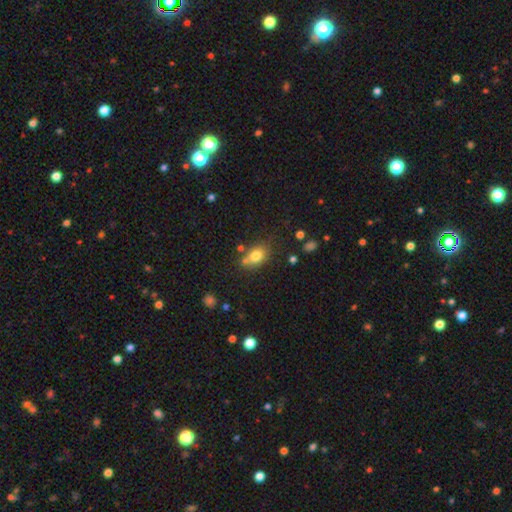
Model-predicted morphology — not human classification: Q: Smooth or featured?
A: smooth (78%); runner-up: featured or disk (11%)
Q: How rounded?
A: in between (68%); runner-up: round (31%)
Q: Merging?
A: none (61%); runner-up: minor disturbance (17%)